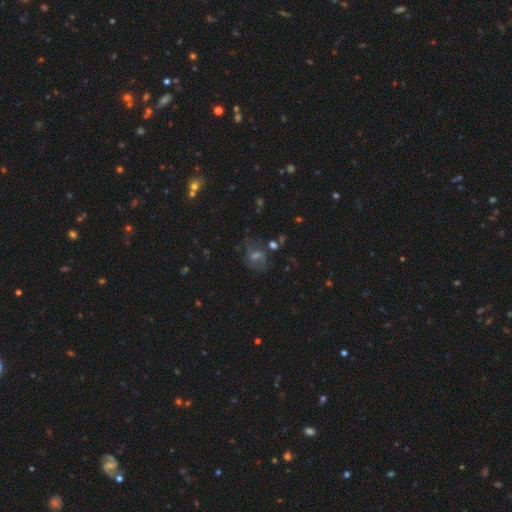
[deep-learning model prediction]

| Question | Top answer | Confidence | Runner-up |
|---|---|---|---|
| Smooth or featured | featured or disk | 40% | smooth (31%) |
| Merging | none | 59% | minor disturbance (19%) |